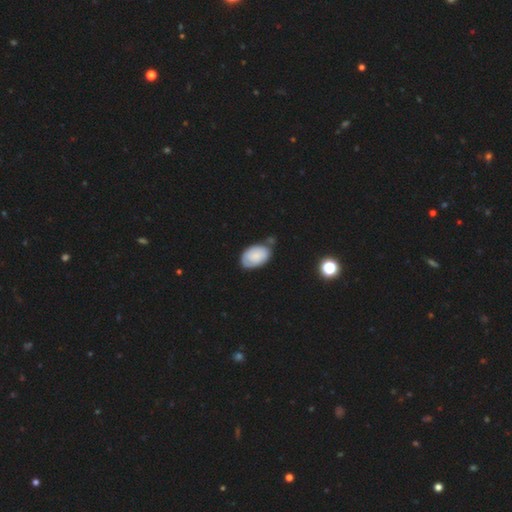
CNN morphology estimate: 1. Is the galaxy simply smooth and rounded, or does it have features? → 74% smooth, 18% featured or disk, 7% star or artifact.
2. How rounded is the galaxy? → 92% in between, 6% round, 1% cigar-shaped.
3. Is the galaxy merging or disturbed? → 58% none, 28% minor disturbance, 9% merger, 6% major disturbance.